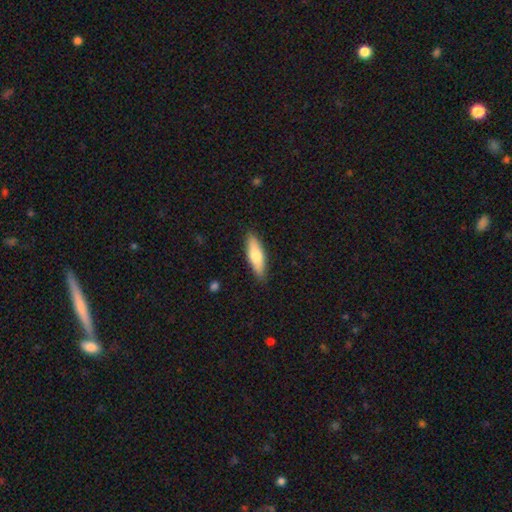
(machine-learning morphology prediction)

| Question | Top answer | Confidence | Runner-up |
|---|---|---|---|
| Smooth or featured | smooth | 69% | featured or disk (25%) |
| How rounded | cigar-shaped | 52% | in between (46%) |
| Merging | none | 87% | minor disturbance (10%) |